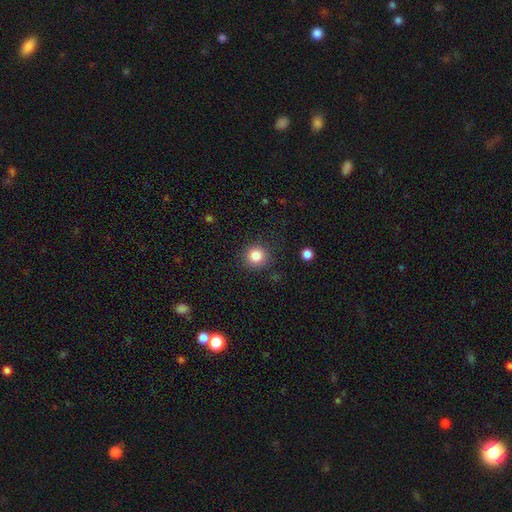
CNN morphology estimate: smooth_or_featured: smooth (p=0.83) [alt: star or artifact p=0.11]
how_rounded: round (p=0.93) [alt: in between p=0.07]
merging: none (p=0.88) [alt: minor disturbance p=0.08]